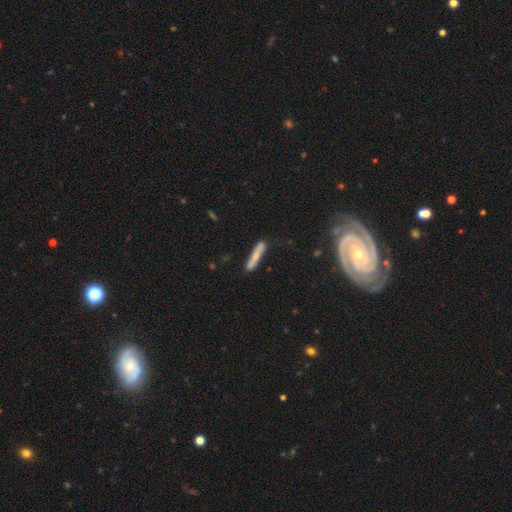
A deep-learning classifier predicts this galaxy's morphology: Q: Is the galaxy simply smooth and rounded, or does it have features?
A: smooth — 65%.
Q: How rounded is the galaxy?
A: cigar-shaped — 92%.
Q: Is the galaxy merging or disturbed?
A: none — 78%.